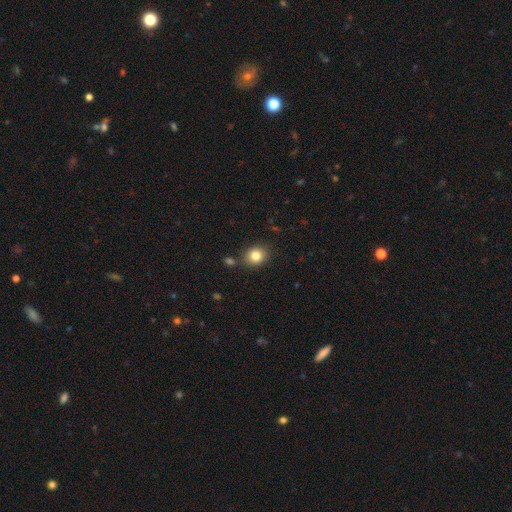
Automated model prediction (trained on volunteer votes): smooth-or-featured: smooth: 83% | star or artifact: 10% | featured or disk: 7%
  how-rounded: round: 65% | in between: 34% | cigar-shaped: 1%
  merging: none: 82% | minor disturbance: 10% | merger: 5% | major disturbance: 3%